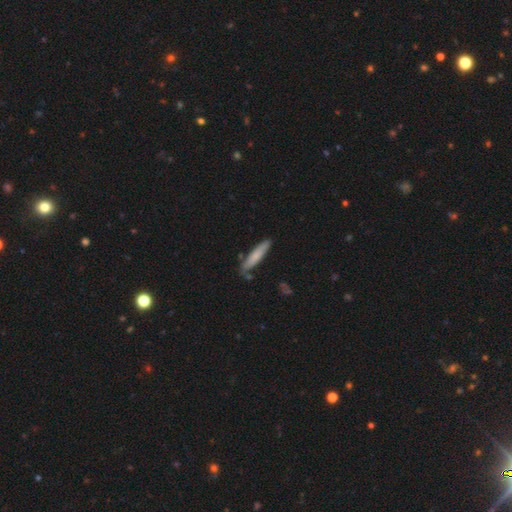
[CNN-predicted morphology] This appears to be a smooth galaxy with no disk features (74%) that is cigar-shaped (87%). Merging: none (77%).